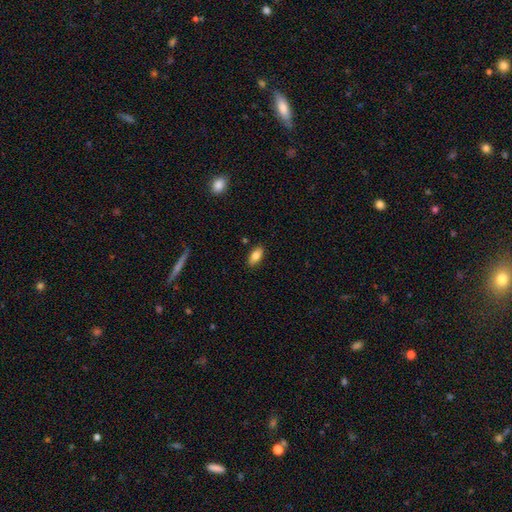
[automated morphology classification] Smooth or featured: smooth — 82% (featured or disk — 11%)
How rounded: in between — 89% (cigar-shaped — 8%)
Merging: none — 87% (minor disturbance — 9%)